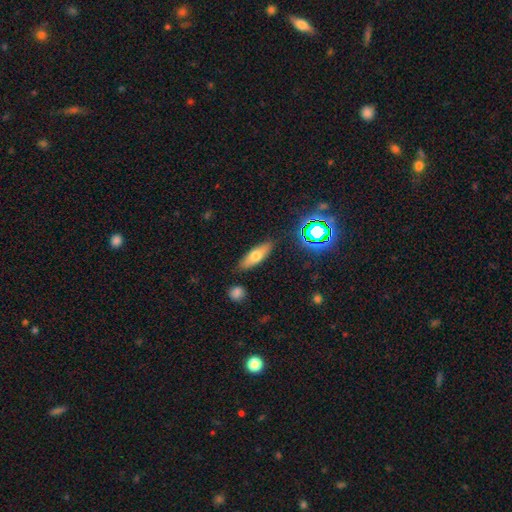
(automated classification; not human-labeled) Q: Smooth or featured?
A: smooth (62%); runner-up: featured or disk (28%)
Q: How rounded?
A: in between (53%); runner-up: cigar-shaped (43%)
Q: Merging?
A: none (85%); runner-up: minor disturbance (10%)